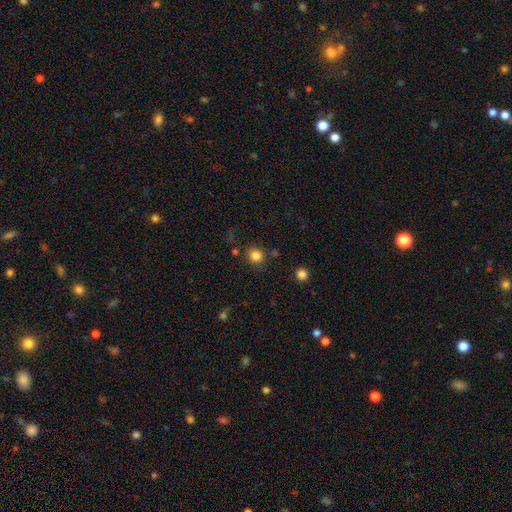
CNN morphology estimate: A smooth galaxy with no disk features (83%) that is round (85%). Merging: none (81%).